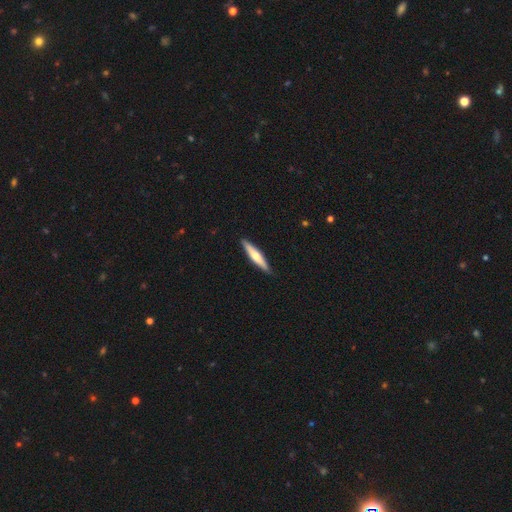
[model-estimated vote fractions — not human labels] This appears to be a smooth galaxy with no disk features (49%). Merging: none (89%).